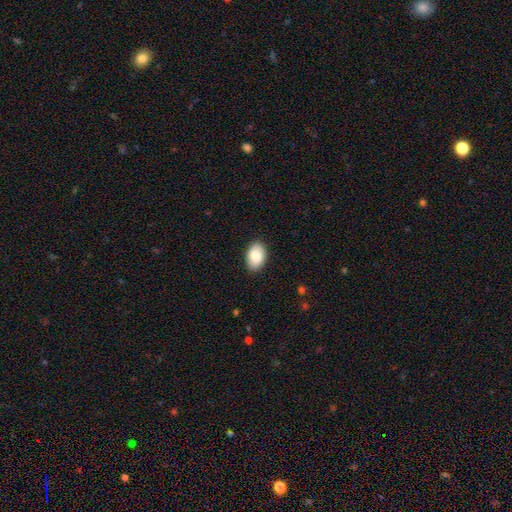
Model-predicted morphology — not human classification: Q: Smooth or featured?
A: smooth (82%); runner-up: featured or disk (11%)
Q: How rounded?
A: in between (90%); runner-up: round (8%)
Q: Merging?
A: none (87%); runner-up: minor disturbance (10%)